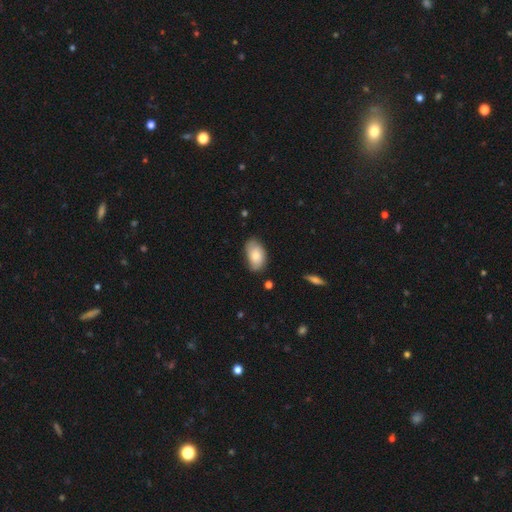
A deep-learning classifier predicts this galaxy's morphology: Smooth or featured? Predicted: smooth (p=0.65). How rounded? Predicted: in between (p=0.91). Merging? Predicted: none (p=0.66).